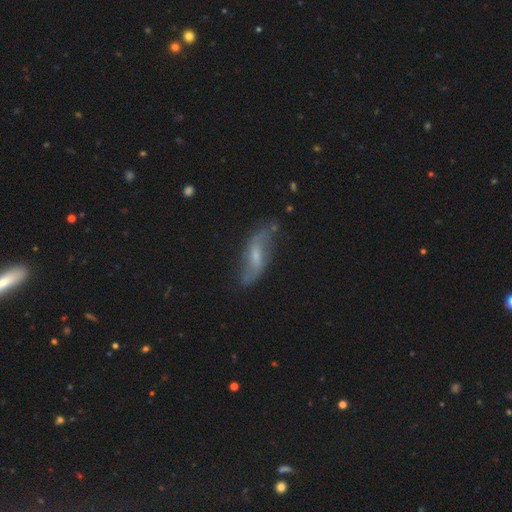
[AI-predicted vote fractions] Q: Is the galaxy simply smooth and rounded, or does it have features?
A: featured or disk — 71%.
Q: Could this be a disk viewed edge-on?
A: no — 85%.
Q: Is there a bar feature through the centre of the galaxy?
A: weak — 49%.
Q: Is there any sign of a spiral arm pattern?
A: yes — 87%.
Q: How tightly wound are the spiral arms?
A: loose — 80%.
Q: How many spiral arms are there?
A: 2 — 86%.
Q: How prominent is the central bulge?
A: small — 54%.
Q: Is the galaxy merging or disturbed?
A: none — 68%.